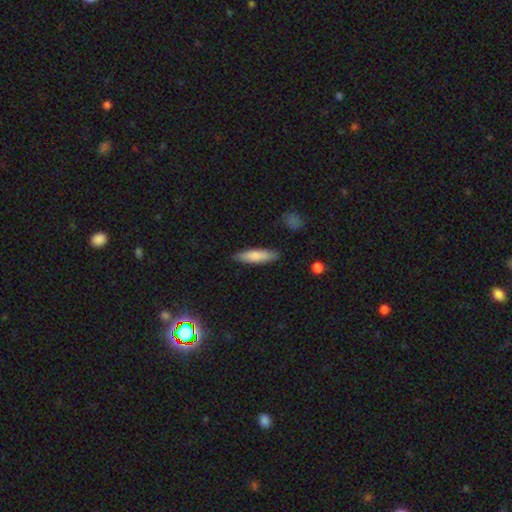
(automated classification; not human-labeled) Q: Smooth or featured?
A: smooth (82%); runner-up: featured or disk (13%)
Q: How rounded?
A: cigar-shaped (64%); runner-up: in between (34%)
Q: Merging?
A: none (86%); runner-up: minor disturbance (11%)